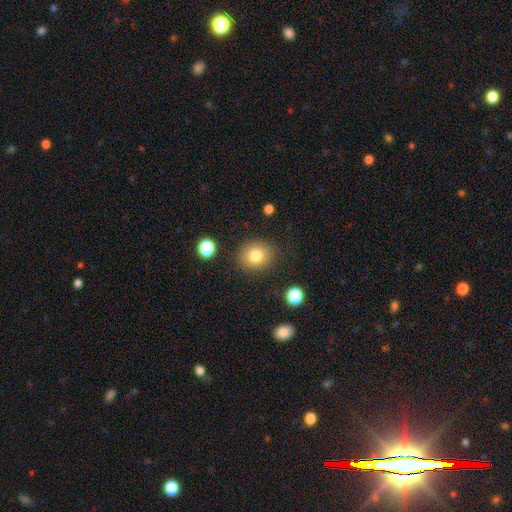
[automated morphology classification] type=smooth (80%); roundness=round (75%); merging=none (86%).